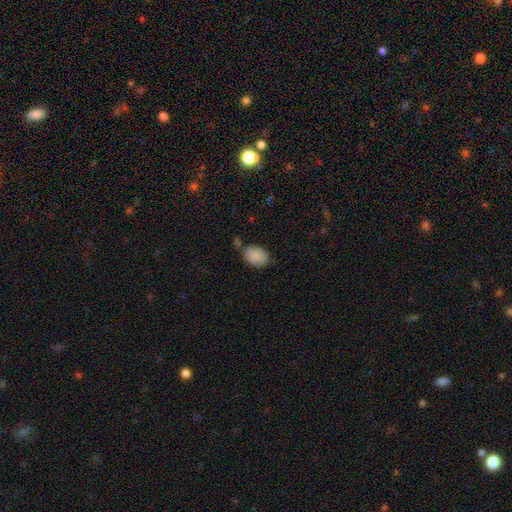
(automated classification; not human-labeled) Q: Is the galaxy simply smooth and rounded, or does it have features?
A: smooth — 88%.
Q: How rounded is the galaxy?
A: in between — 81%.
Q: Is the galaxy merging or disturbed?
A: none — 74%.